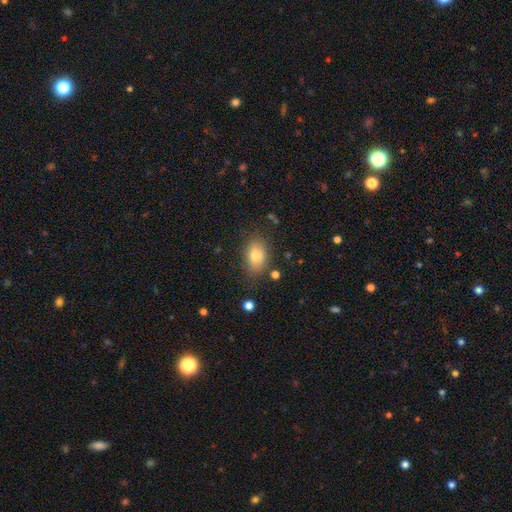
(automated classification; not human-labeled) Smooth or featured? Predicted: smooth (p=0.79). How rounded? Predicted: in between (p=0.83). Merging? Predicted: none (p=0.77).